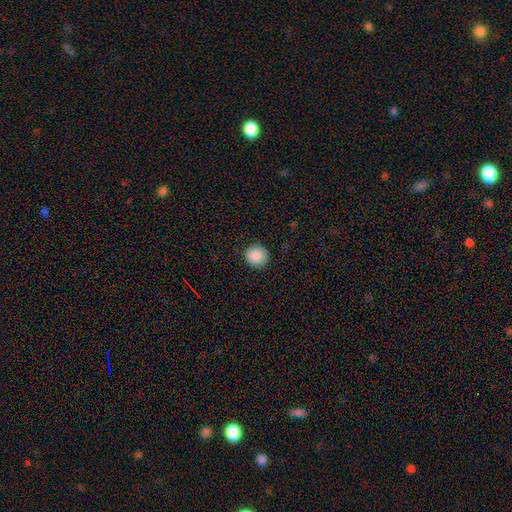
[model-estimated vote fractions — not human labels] Smooth or featured: smooth — 88% (star or artifact — 9%)
How rounded: round — 93% (in between — 6%)
Merging: none — 90% (minor disturbance — 7%)